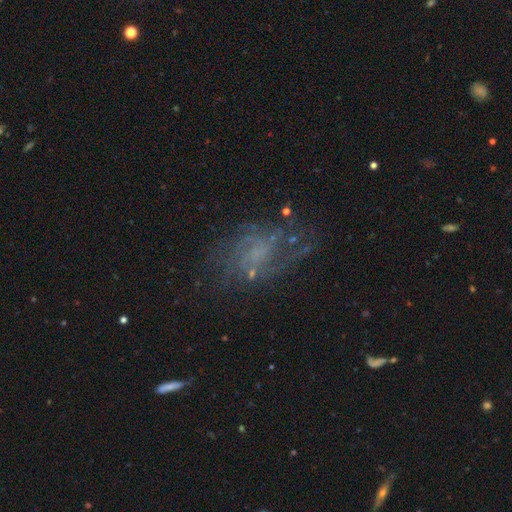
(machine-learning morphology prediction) type=featured or disk (58%); edge-on=no (96%); bar=no (73%); spiral arms=yes (58%); bulge=none (59%); merging=none (54%).